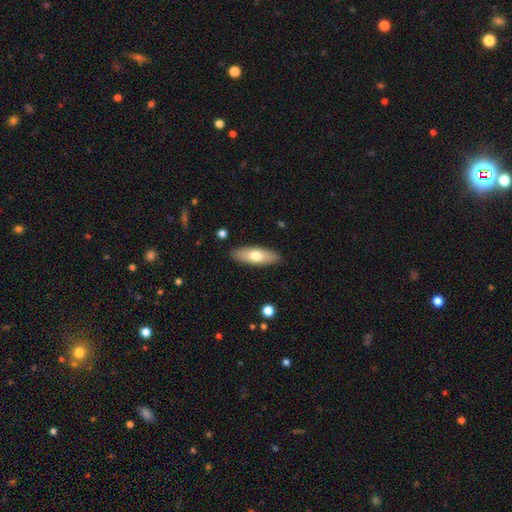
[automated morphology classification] smooth_or_featured: smooth (p=0.67) [alt: featured or disk p=0.27]
how_rounded: in between (p=0.63) [alt: cigar-shaped p=0.35]
merging: none (p=0.88) [alt: minor disturbance p=0.08]